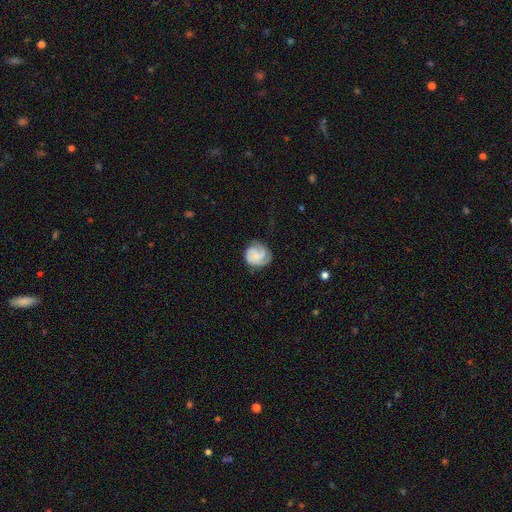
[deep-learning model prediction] Smooth or featured? featured or disk (60%)
Edge-on disk? no (98%)
Bar? no (71%)
Spiral arms? yes (92%)
Spiral winding? tight (56%)
Spiral arm count? 3 (31%)
Bulge size? small (50%)
Merging? none (66%)